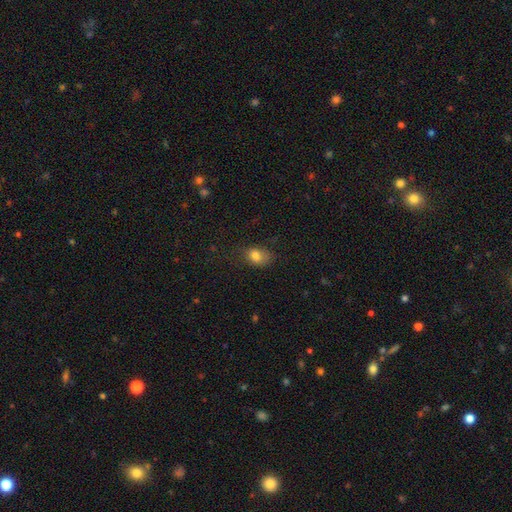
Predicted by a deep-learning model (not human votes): Smooth or featured: smooth — 81% (star or artifact — 10%)
How rounded: in between — 74% (round — 25%)
Merging: none — 61% (minor disturbance — 26%)